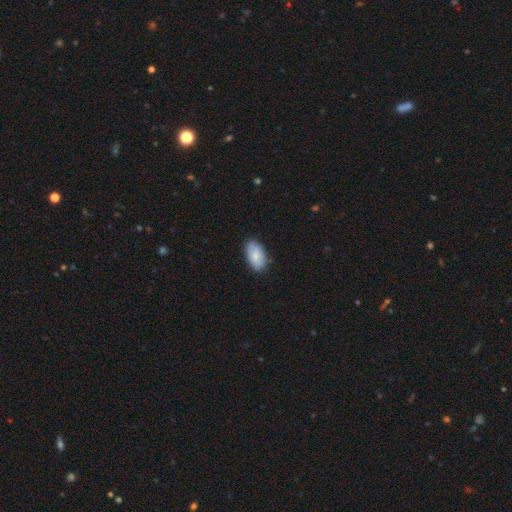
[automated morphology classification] Smooth or featured? smooth (74%)
How rounded? in between (94%)
Merging? none (78%)